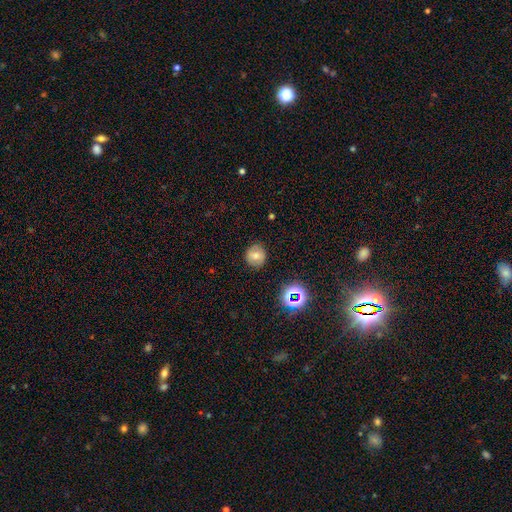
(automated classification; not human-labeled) smooth-or-featured: smooth: 67% | featured or disk: 18% | star or artifact: 15%
  how-rounded: round: 86% | in between: 13% | cigar-shaped: 1%
  merging: none: 86% | minor disturbance: 10% | major disturbance: 3% | merger: 1%